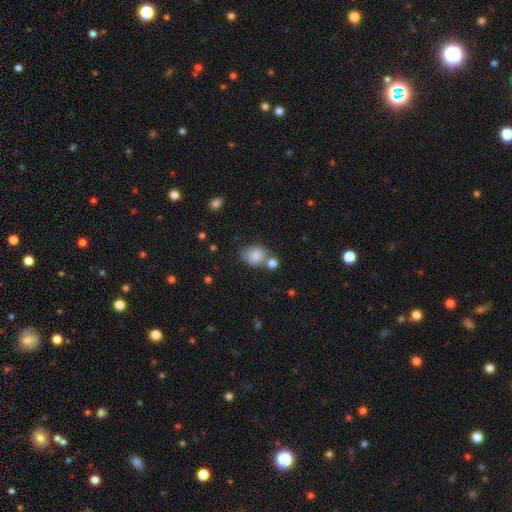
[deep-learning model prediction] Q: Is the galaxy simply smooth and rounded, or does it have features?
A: smooth — 82%.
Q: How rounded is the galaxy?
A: in between — 61%.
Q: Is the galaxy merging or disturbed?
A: none — 52%.